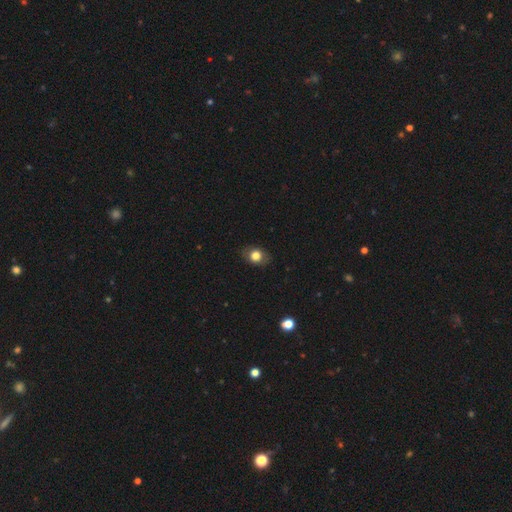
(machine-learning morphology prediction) A smooth galaxy with no disk features (78%) that is in between round and cigar-shaped (58%).

Vote fractions:
- Smooth or featured? smooth: 78% / featured or disk: 13% / star or artifact: 10%
- How rounded? in between: 58% / round: 40% / cigar-shaped: 1%
- Merging? none: 83% / minor disturbance: 12% / major disturbance: 3% / merger: 1%